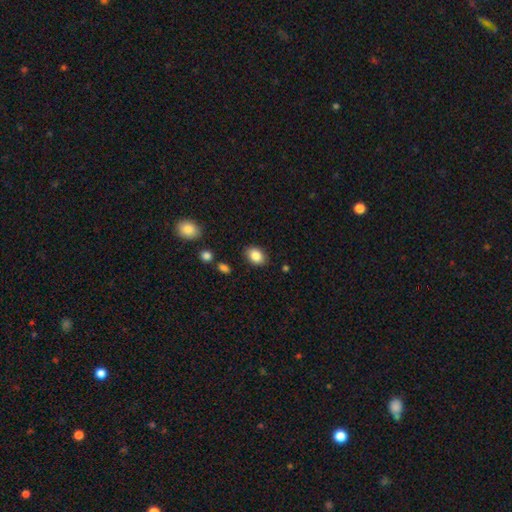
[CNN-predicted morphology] smooth_or_featured: smooth (p=0.86) [alt: star or artifact p=0.08]
how_rounded: in between (p=0.75) [alt: round p=0.24]
merging: none (p=0.85) [alt: minor disturbance p=0.10]